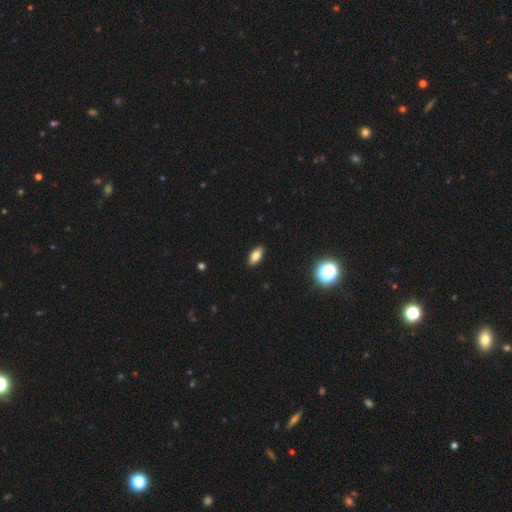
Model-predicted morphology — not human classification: smooth_or_featured: smooth (p=0.80) [alt: featured or disk p=0.10]
how_rounded: in between (p=0.88) [alt: cigar-shaped p=0.08]
merging: none (p=0.91) [alt: minor disturbance p=0.07]